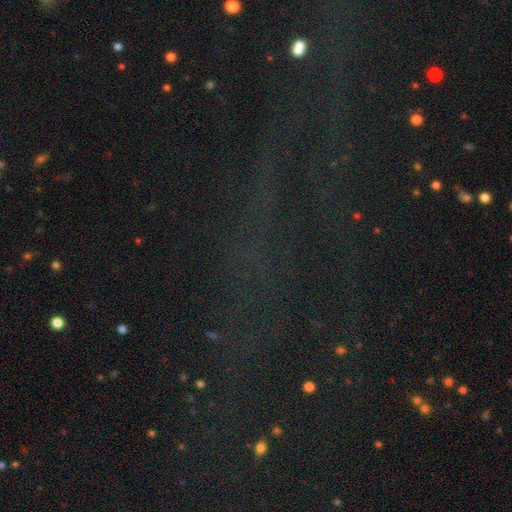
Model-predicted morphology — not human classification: Smooth or featured? star or artifact (72%)